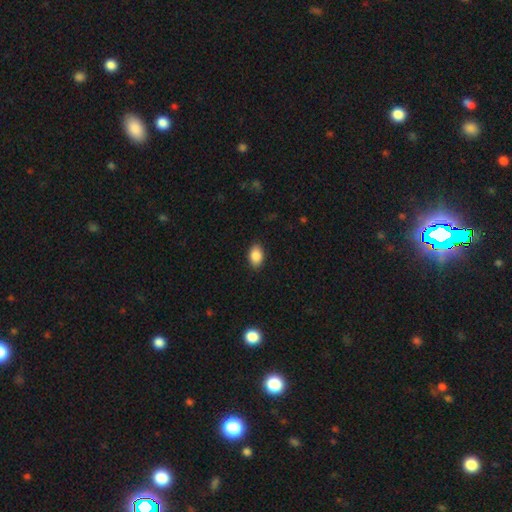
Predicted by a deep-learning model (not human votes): Smooth or featured? smooth (88%)
How rounded? in between (87%)
Merging? none (88%)